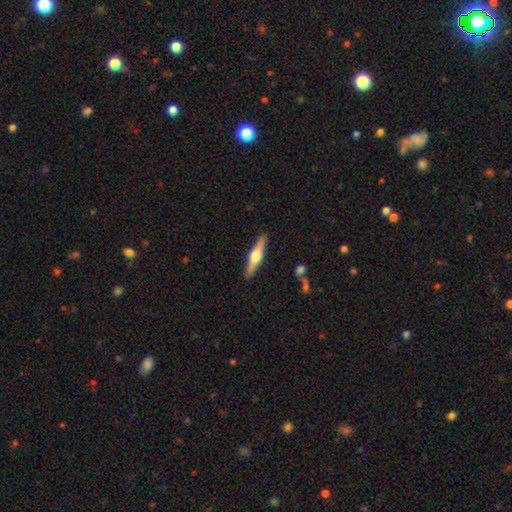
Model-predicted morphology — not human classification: A featured or disk galaxy (63%) viewed edge-on (96%) with a rounded central bulge (94%). Merging: none (90%).